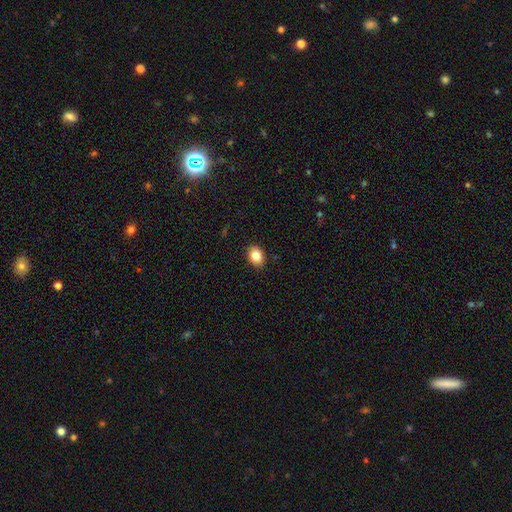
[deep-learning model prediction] This appears to be a smooth galaxy with no disk features (85%) that is in between round and cigar-shaped (66%). Merging: none (88%).